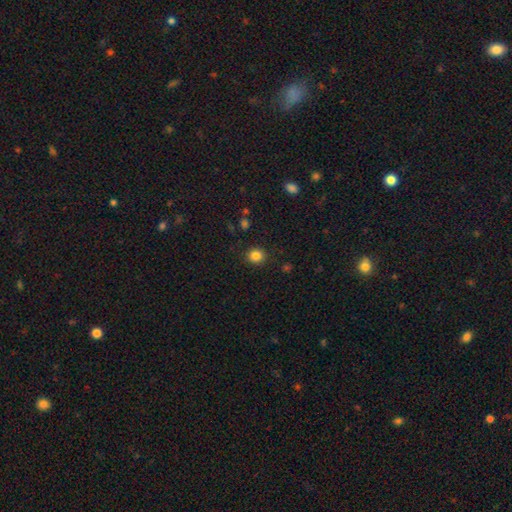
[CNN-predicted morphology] Smooth or featured? Predicted: smooth (p=0.85). How rounded? Predicted: round (p=0.86). Merging? Predicted: none (p=0.89).